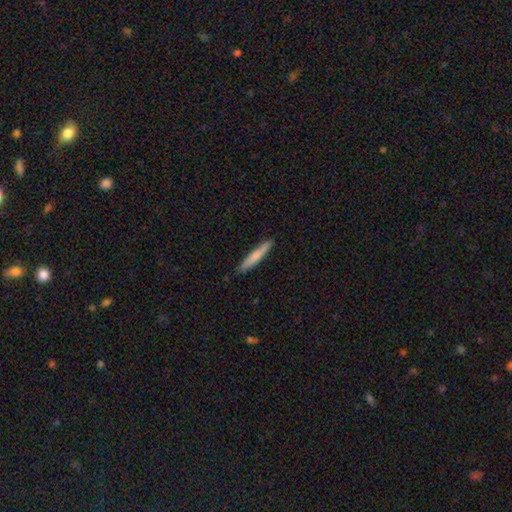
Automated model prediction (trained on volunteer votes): Smooth or featured?
  - smooth: 73% *
  - featured or disk: 21%
  - star or artifact: 5%
How rounded?
  - cigar-shaped: 94% *
  - in between: 5%
  - round: 1%
Merging?
  - none: 89% *
  - minor disturbance: 9%
  - major disturbance: 1%
  - merger: 1%